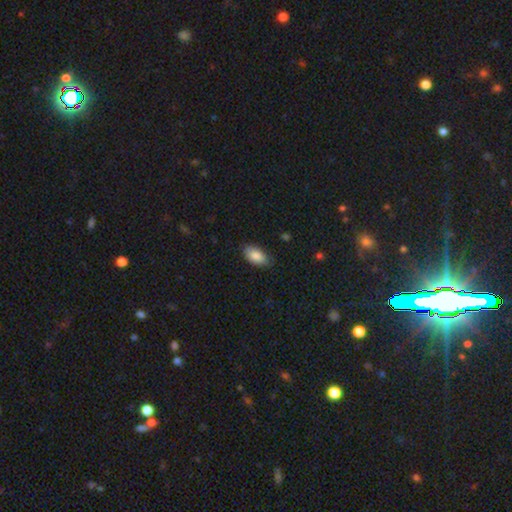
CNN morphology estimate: Overall: smooth (87%). How rounded: in between (94%). Merging: none (79%).